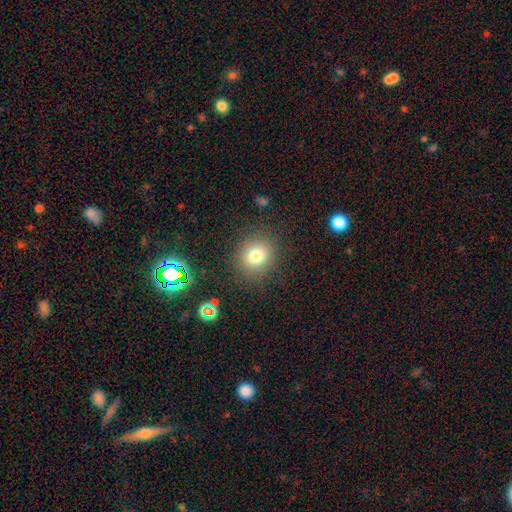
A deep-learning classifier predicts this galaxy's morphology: The model was most divided on "how rounded": round: 75%, in between: 24%, cigar-shaped: 1%. More confident: merging — none (85%); smooth or featured — smooth (78%).